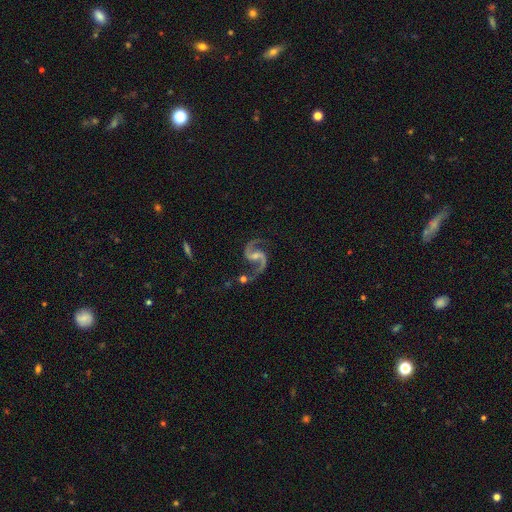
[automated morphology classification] Smooth or featured? featured or disk (94%)
Edge-on disk? no (98%)
Bar? weak (46%)
Spiral arms? yes (98%)
Spiral winding? medium (47%)
Spiral arm count? 2 (95%)
Bulge size? small (53%)
Merging? none (71%)